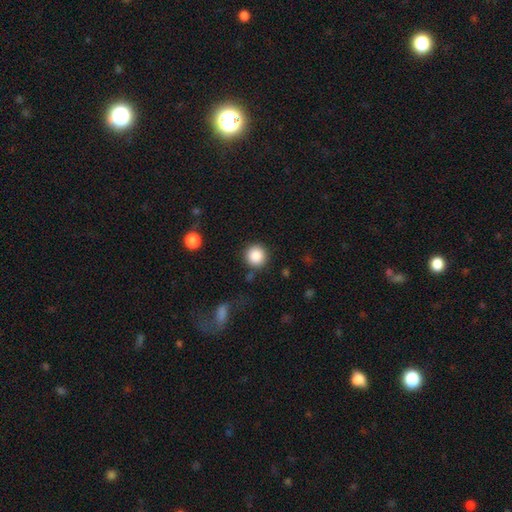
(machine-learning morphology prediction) Overall: smooth (87%). How rounded: round (95%). Merging: none (87%).